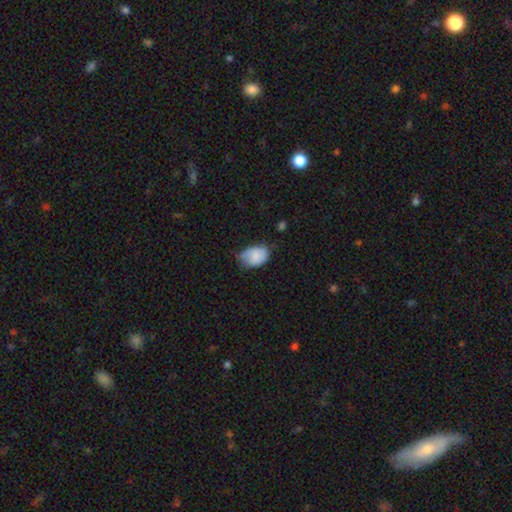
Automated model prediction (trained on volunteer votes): Smooth or featured?
  - smooth: 80% *
  - featured or disk: 13%
  - star or artifact: 7%
How rounded?
  - in between: 84% *
  - round: 15%
  - cigar-shaped: 1%
Merging?
  - none: 48% *
  - minor disturbance: 41%
  - major disturbance: 9%
  - merger: 2%